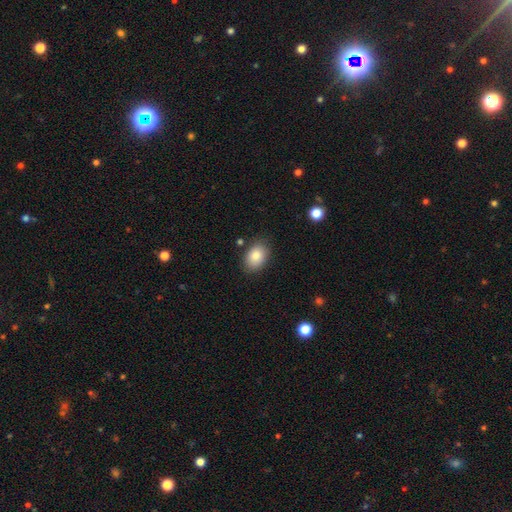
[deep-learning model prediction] smooth_or_featured: smooth (p=0.85) [alt: featured or disk p=0.08]
how_rounded: in between (p=0.82) [alt: round p=0.16]
merging: none (p=0.83) [alt: minor disturbance p=0.12]